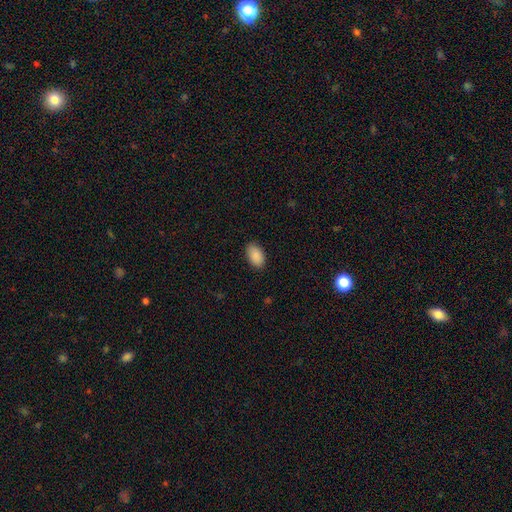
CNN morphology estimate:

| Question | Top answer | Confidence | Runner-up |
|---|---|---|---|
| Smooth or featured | smooth | 90% | star or artifact (7%) |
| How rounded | in between | 94% | round (5%) |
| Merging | none | 88% | minor disturbance (9%) |